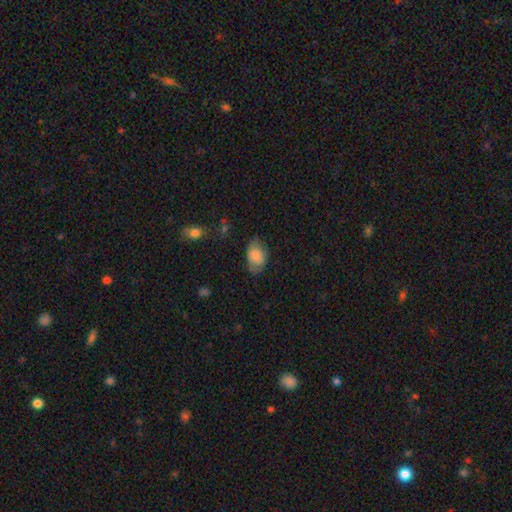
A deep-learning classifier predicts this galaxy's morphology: smooth_or_featured: smooth (p=0.80) [alt: featured or disk p=0.13]
how_rounded: in between (p=0.88) [alt: round p=0.11]
merging: none (p=0.66) [alt: minor disturbance p=0.25]